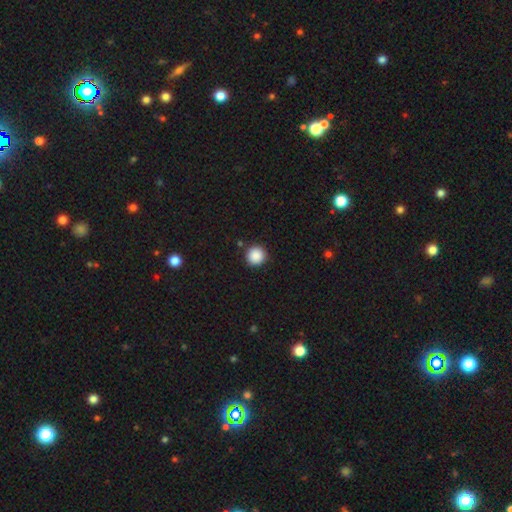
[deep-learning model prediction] A smooth galaxy with no disk features (88%) that is round (96%). Merging: none (90%).